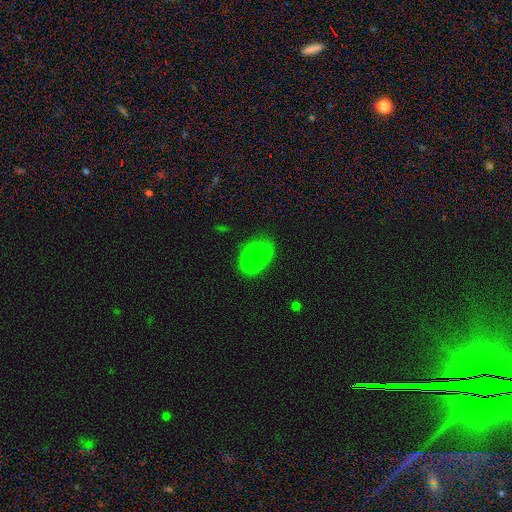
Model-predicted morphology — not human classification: A featured or disk galaxy (64%) with no bar (51%), 2 (86%) medium (51%) spiral arms (93%) and a small central bulge (37%). Merging: none (73%).